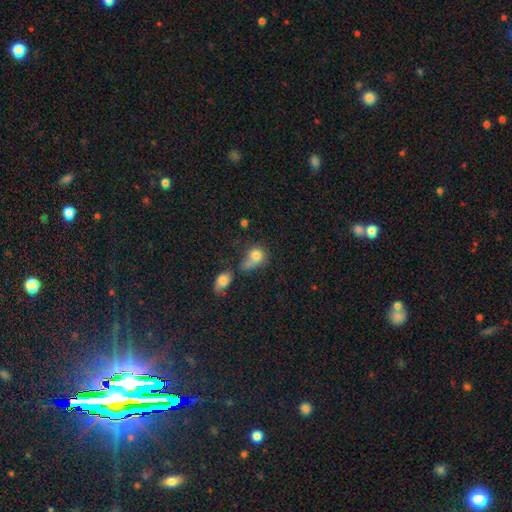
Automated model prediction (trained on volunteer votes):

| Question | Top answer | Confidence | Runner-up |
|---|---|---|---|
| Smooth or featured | smooth | 79% | featured or disk (11%) |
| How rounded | round | 57% | in between (41%) |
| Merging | merger | 47% | none (30%) |